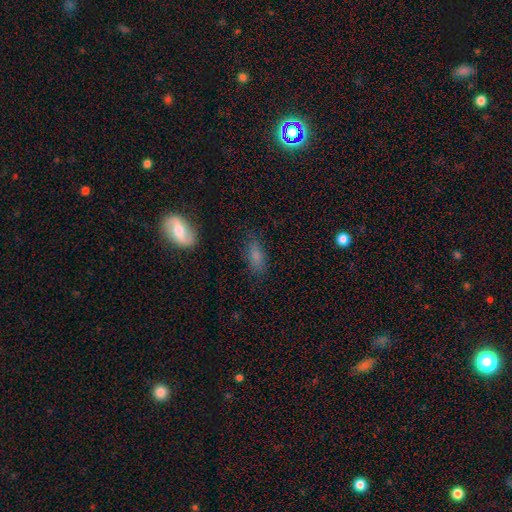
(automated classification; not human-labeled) smooth 74%, featured or disk 15%, star or artifact 11%. Down the decision tree: how rounded — in between (85%); merging — none (78%).